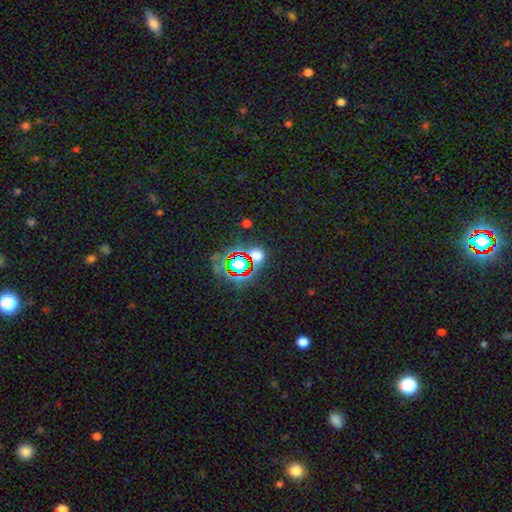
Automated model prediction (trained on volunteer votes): Smooth or featured? star or artifact (51%)